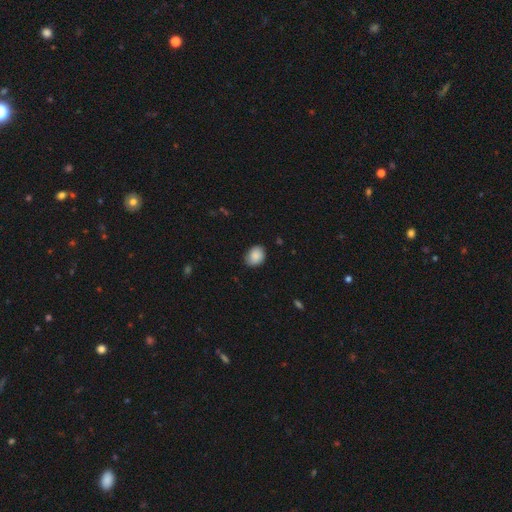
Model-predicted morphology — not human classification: Smooth or featured? Predicted: smooth (p=0.86). How rounded? Predicted: in between (p=0.59). Merging? Predicted: none (p=0.77).